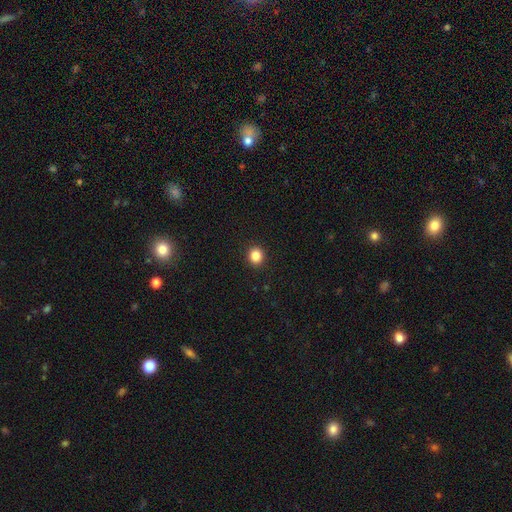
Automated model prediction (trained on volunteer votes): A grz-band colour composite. It shows a smooth galaxy with no disk features (85%) that is round (84%). Merging: none (93%).